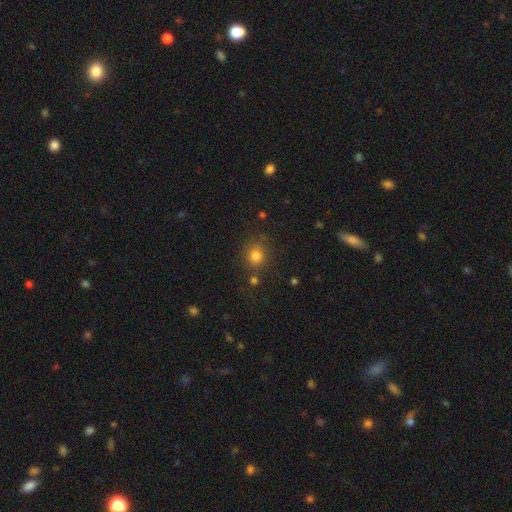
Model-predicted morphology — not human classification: A smooth galaxy with no disk features (80%) that is round (87%).

Vote fractions:
- Smooth or featured? smooth: 80% / star or artifact: 14% / featured or disk: 6%
- How rounded? round: 87% / in between: 12% / cigar-shaped: 1%
- Merging? none: 79% / minor disturbance: 11% / merger: 7% / major disturbance: 4%